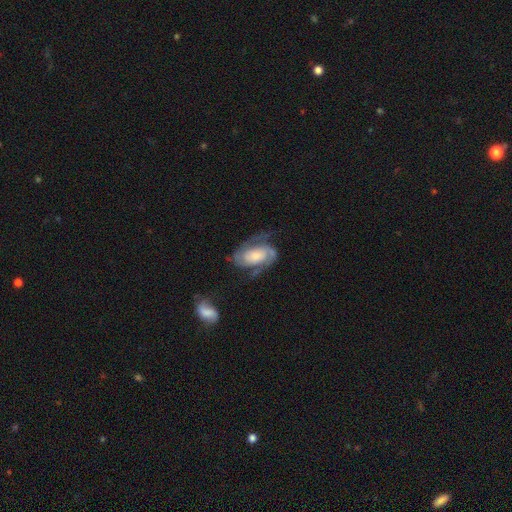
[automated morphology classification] Overall: featured or disk (81%). Edge-on disk: no (97%). Bar: no (62%; weak 27%). Spiral arms: yes (95%). Spiral arm count: 2 (85%). Spiral winding: medium (46%; tight 35%). Bulge size: large (28%; moderate 27%). Merging: none (59%; minor disturbance 21%).